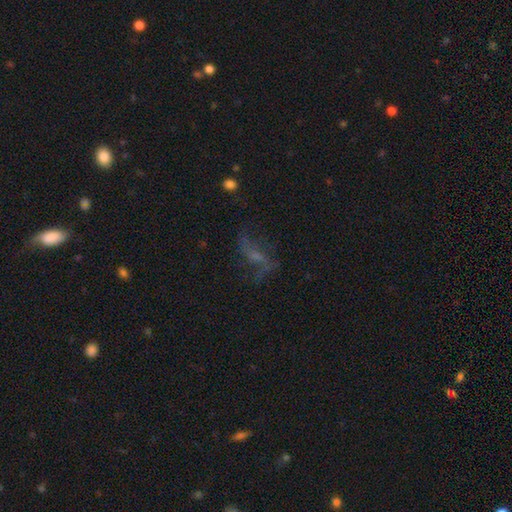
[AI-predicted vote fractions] featured or disk 60%, smooth 21%, star or artifact 20%. Down the decision tree: edge-on disk — no (89%); bar — no (48%); spiral arms — yes (74%); bulge size — small (42%); merging — none (56%).